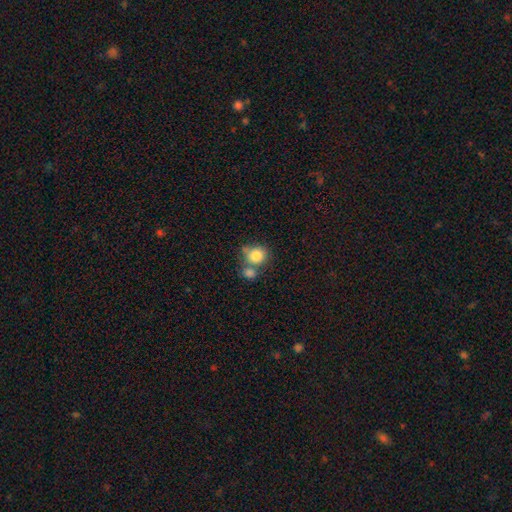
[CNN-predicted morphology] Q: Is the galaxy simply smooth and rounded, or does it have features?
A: smooth — 82%.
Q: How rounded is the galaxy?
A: round — 80%.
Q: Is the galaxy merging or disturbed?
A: none — 44%.